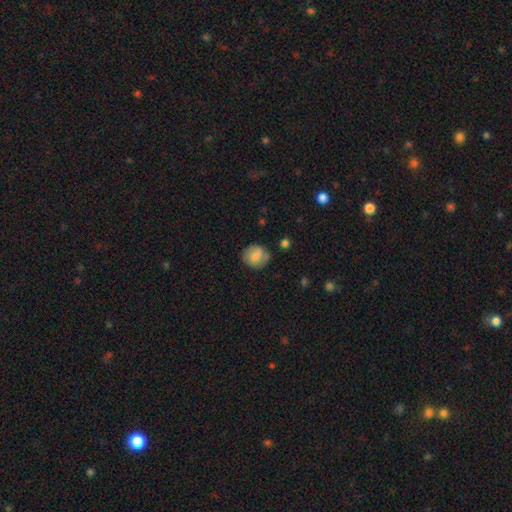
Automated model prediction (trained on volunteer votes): A smooth galaxy with no disk features (66%) that is round (75%). Merging: none (76%).